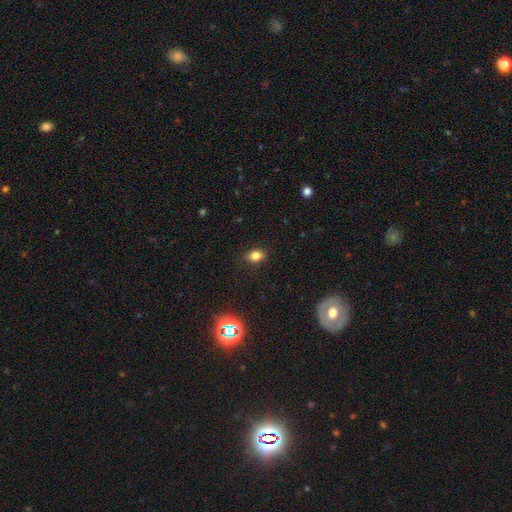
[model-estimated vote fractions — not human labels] The model was most divided on "how rounded": in between: 70%, round: 28%, cigar-shaped: 1%. More confident: merging — none (88%); smooth or featured — smooth (82%).